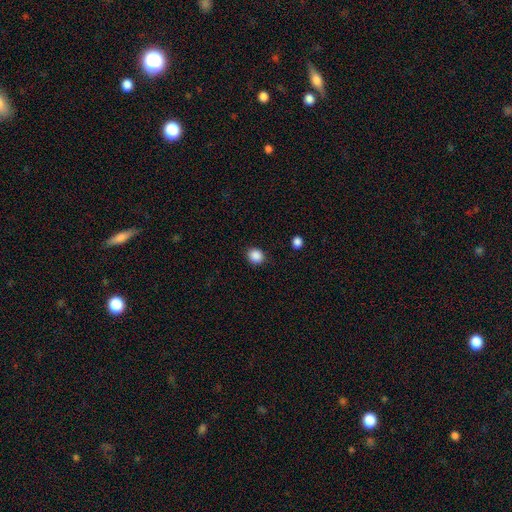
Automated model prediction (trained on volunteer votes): A smooth galaxy with no disk features (88%) that is round (80%). Merging: none (88%).